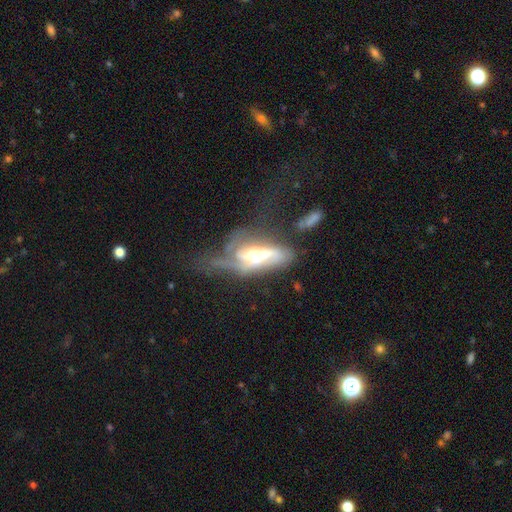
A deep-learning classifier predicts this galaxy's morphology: featured or disk 65%, smooth 27%, star or artifact 7%. Down the decision tree: edge-on disk — no (78%); bar — no (50%); spiral arms — yes (60%); bulge size — moderate (54%); merging — major disturbance (49%).